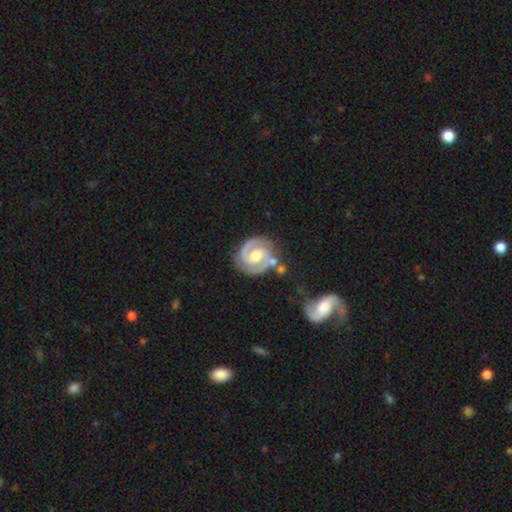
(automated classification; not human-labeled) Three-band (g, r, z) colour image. It shows a featured or disk galaxy (90%) with a weak bar (43%), 2 (91%) tight (56%) spiral arms (98%) and a moderate central bulge (73%). Merging: none (74%).